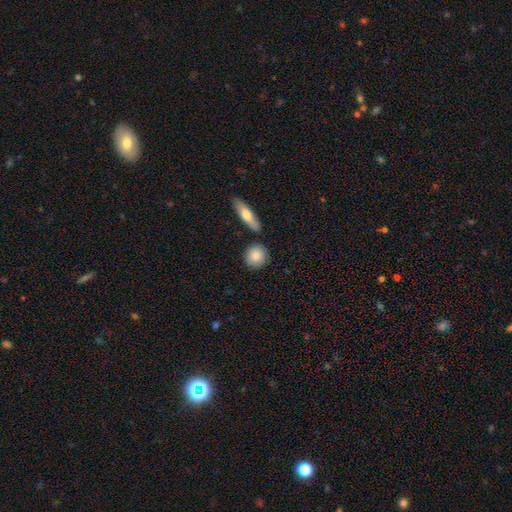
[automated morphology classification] smooth-or-featured: smooth: 84% | featured or disk: 10% | star or artifact: 6%
  how-rounded: round: 80% | in between: 17% | cigar-shaped: 3%
  merging: none: 81% | minor disturbance: 10% | merger: 7% | major disturbance: 2%